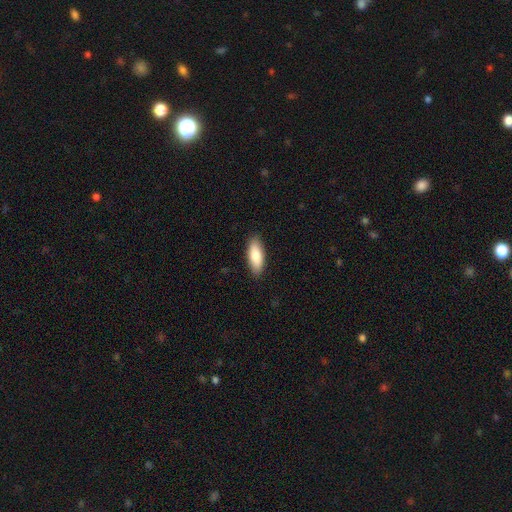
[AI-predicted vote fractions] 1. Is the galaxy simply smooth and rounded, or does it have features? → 84% smooth, 11% featured or disk, 5% star or artifact.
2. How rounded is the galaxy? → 74% in between, 25% cigar-shaped, 2% round.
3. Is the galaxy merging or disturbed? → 88% none, 9% minor disturbance, 2% major disturbance, 1% merger.